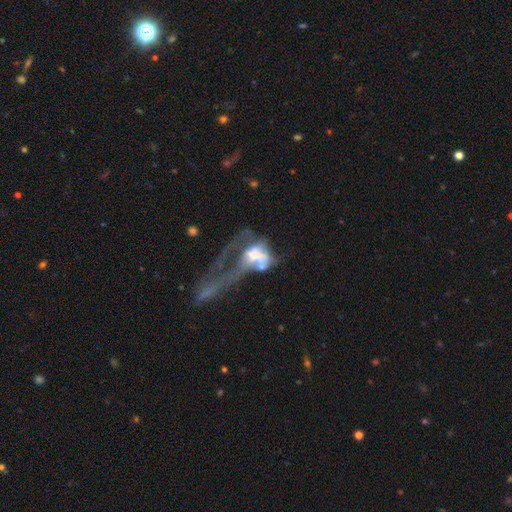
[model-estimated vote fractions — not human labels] Morphology: type=featured or disk (57%); edge-on=no (94%); bar=no (74%); spiral arms=no (74%); bulge=moderate (34%); merging=major disturbance (51%).